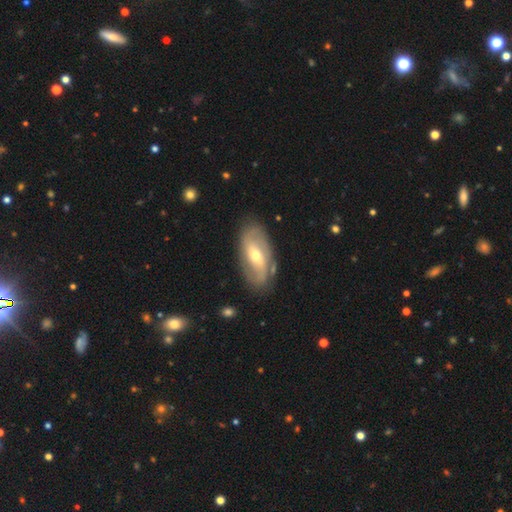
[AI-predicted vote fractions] This appears to be a featured or disk galaxy (71%) with a weak bar (43%), 2 (72%) medium (39%) spiral arms (83%) and a moderate central bulge (55%). Merging: none (78%).